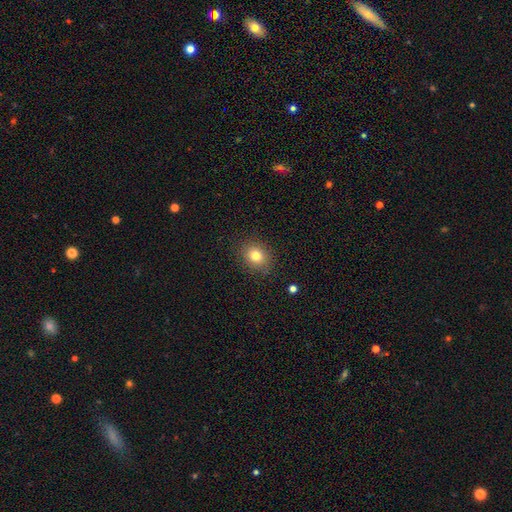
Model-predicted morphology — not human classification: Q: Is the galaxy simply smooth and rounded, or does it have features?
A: smooth — 79%.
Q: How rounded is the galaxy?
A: round — 66%.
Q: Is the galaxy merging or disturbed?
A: none — 87%.